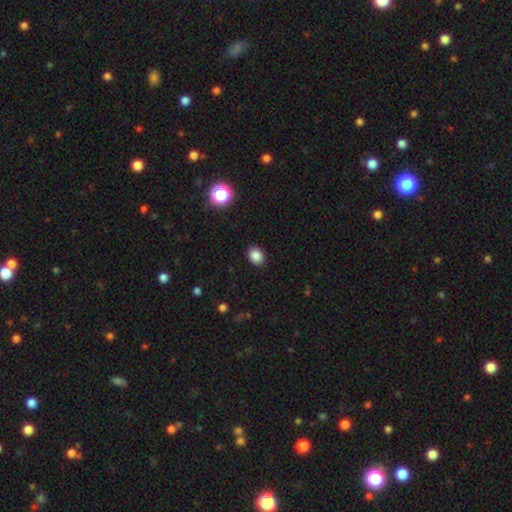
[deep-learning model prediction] Q: Smooth or featured?
A: smooth (85%); runner-up: star or artifact (11%)
Q: How rounded?
A: in between (52%); runner-up: round (47%)
Q: Merging?
A: none (90%); runner-up: minor disturbance (7%)